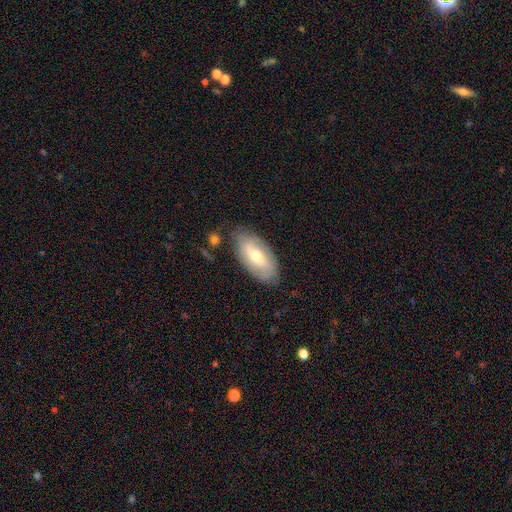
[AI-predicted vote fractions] Morphology: type=smooth (50%); roundness=in between (91%); merging=none (79%).